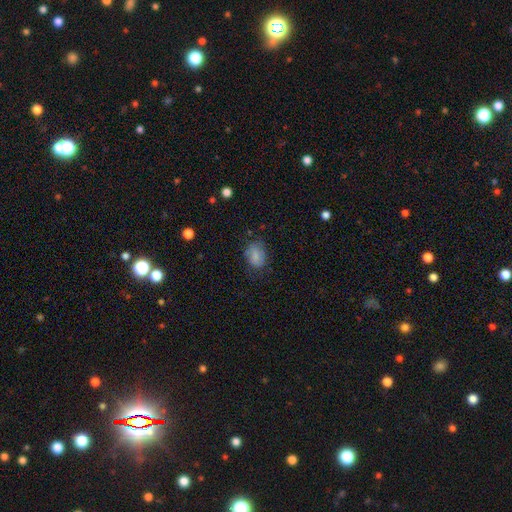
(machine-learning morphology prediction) smooth-or-featured: smooth: 78% | featured or disk: 13% | star or artifact: 9%
  how-rounded: in between: 73% | round: 26% | cigar-shaped: 1%
  merging: none: 66% | minor disturbance: 24% | major disturbance: 8% | merger: 2%